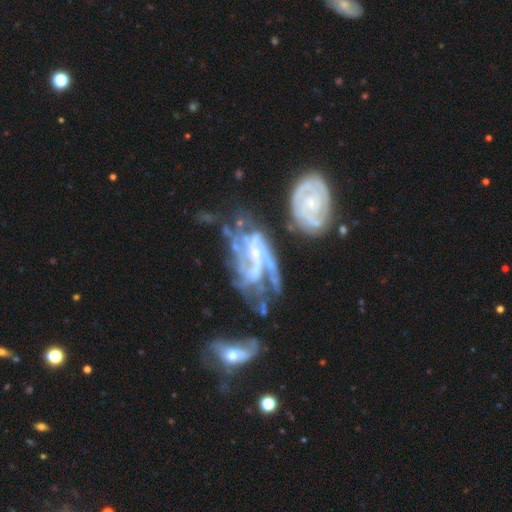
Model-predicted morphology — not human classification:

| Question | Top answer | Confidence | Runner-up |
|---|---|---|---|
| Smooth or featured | featured or disk | 86% | star or artifact (7%) |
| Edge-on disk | no | 96% | yes (4%) |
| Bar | no | 52% | weak (33%) |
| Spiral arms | yes | 89% | no (11%) |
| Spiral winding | medium | 40% | tight (35%) |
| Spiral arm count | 2 | 37% | can't tell (28%) |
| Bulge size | small | 65% | moderate (18%) |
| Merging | merger | 33% | major disturbance (28%) |